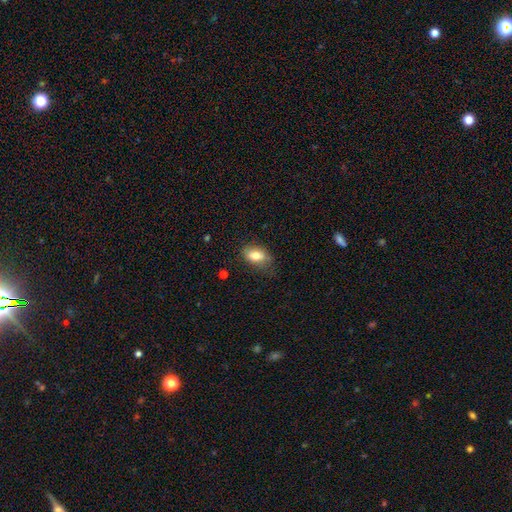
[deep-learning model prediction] The model was most divided on "merging": none: 66%, minor disturbance: 25%, major disturbance: 7%, merger: 2%. More confident: how rounded — in between (88%); smooth or featured — smooth (79%).